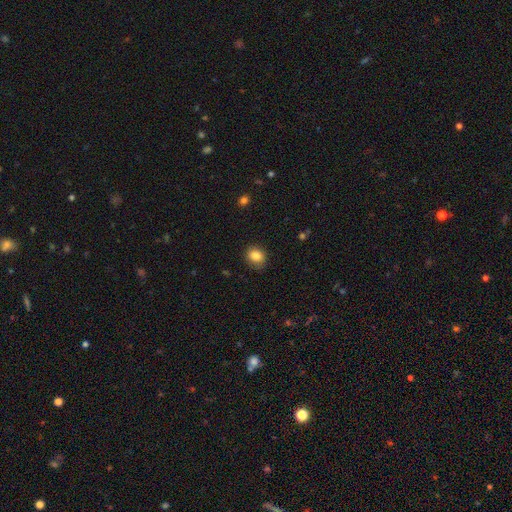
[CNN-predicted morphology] A smooth galaxy with no disk features (85%) that is round (64%). Merging: none (82%).